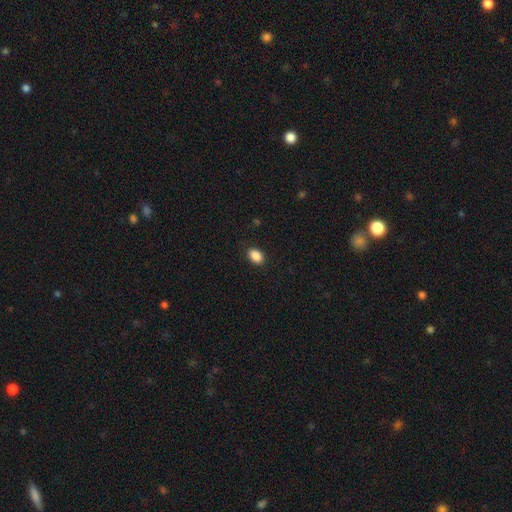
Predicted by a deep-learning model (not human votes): smooth 88%, star or artifact 8%, featured or disk 4%. Down the decision tree: how rounded — in between (81%); merging — none (88%).